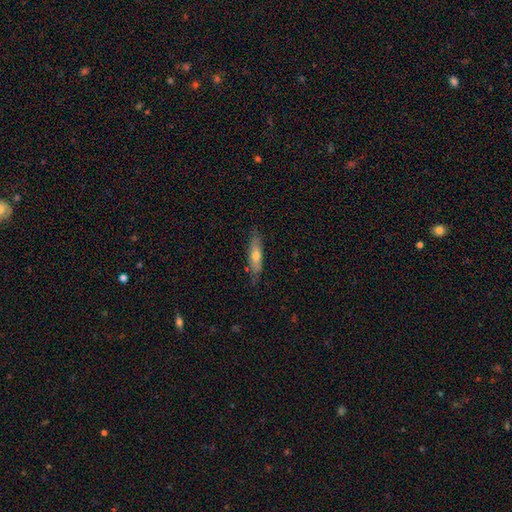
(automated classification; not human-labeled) Smooth or featured?
  - featured or disk: 47% *
  - smooth: 46%
  - star or artifact: 7%
Merging?
  - none: 82% *
  - minor disturbance: 15%
  - major disturbance: 3%
  - merger: 1%